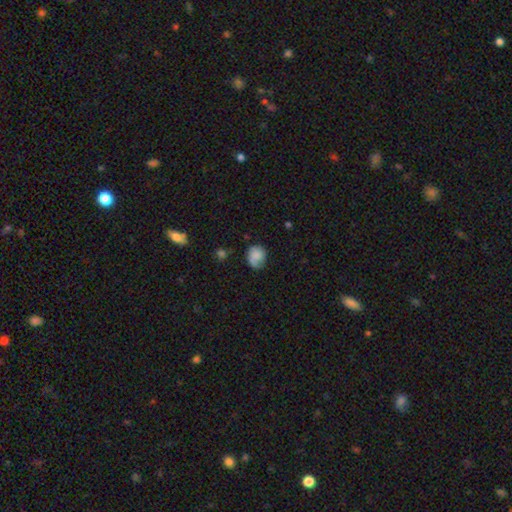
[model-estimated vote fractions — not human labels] smooth_or_featured: smooth (p=0.73) [alt: featured or disk p=0.19]
how_rounded: round (p=0.66) [alt: in between p=0.33]
merging: none (p=0.55) [alt: minor disturbance p=0.30]